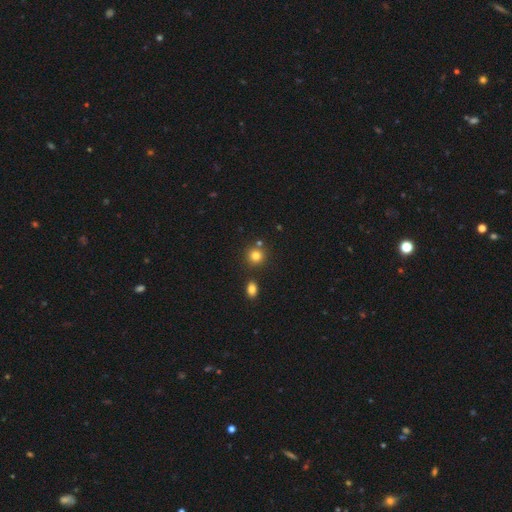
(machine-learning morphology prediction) type=smooth (81%); roundness=round (89%); merging=none (79%).